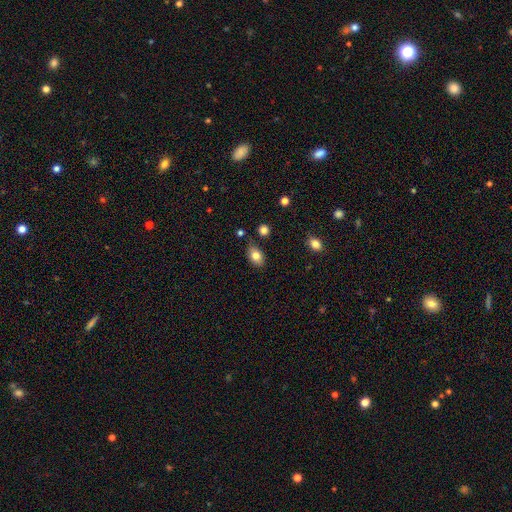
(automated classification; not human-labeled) smooth-or-featured: smooth: 80% | featured or disk: 11% | star or artifact: 9%
  how-rounded: in between: 81% | round: 18% | cigar-shaped: 1%
  merging: none: 77% | minor disturbance: 16% | merger: 4% | major disturbance: 3%